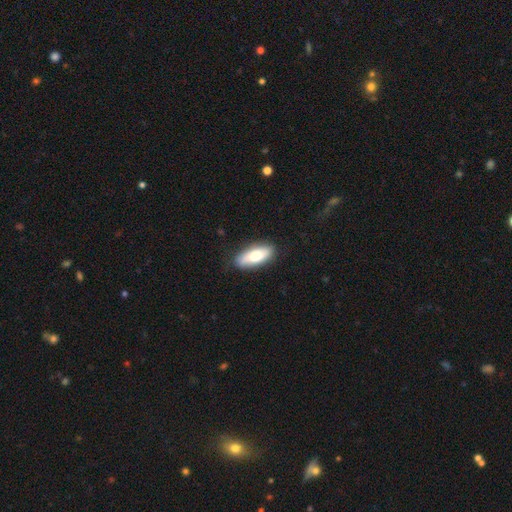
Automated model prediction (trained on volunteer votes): smooth 67%, featured or disk 28%, star or artifact 6%. Down the decision tree: how rounded — in between (80%); merging — none (84%).